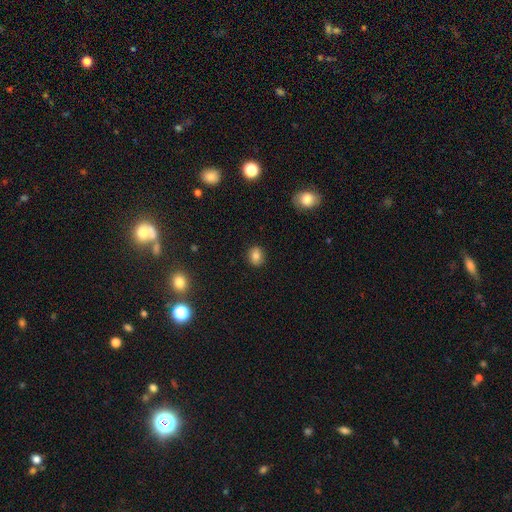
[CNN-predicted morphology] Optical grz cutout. It shows a smooth galaxy with no disk features (80%) that is round (62%). Merging: none (89%).